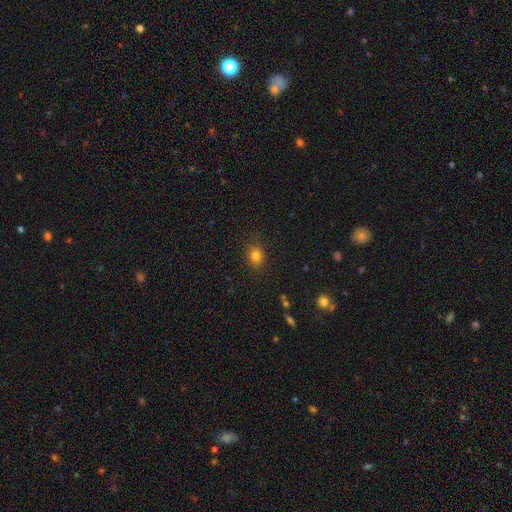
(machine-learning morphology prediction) Overall: smooth (80%). How rounded: round (52%; in between 47%). Merging: none (86%).